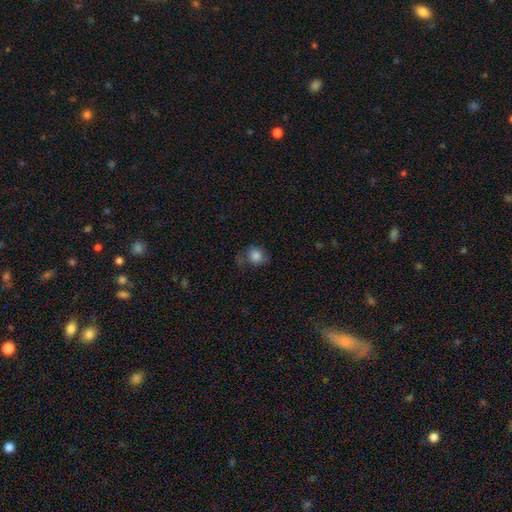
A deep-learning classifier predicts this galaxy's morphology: Overall: smooth (81%). How rounded: round (69%; in between 30%). Merging: none (52%; minor disturbance 28%).